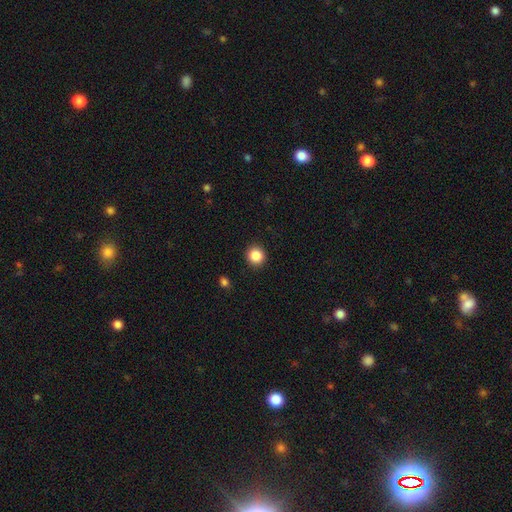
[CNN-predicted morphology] smooth_or_featured: smooth (p=0.87) [alt: star or artifact p=0.10]
how_rounded: round (p=0.93) [alt: in between p=0.06]
merging: none (p=0.92) [alt: minor disturbance p=0.05]